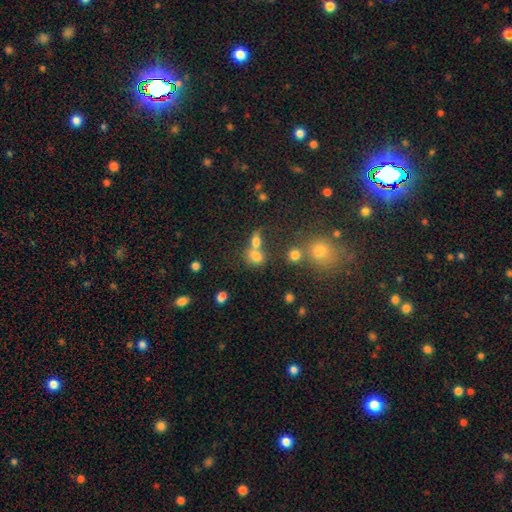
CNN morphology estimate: smooth_or_featured: smooth (p=0.73) [alt: star or artifact p=0.15]
how_rounded: round (p=0.52) [alt: in between p=0.46]
merging: merger (p=0.47) [alt: none p=0.38]